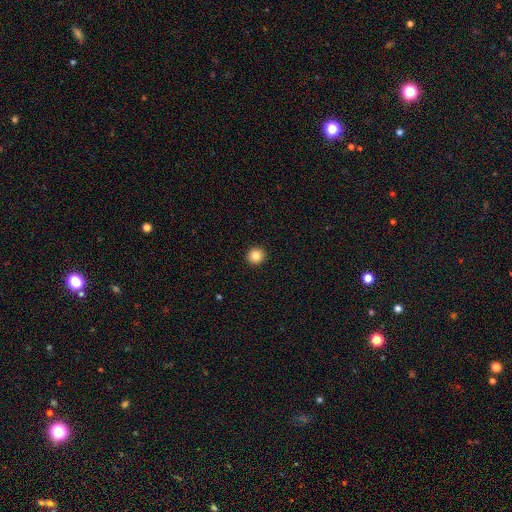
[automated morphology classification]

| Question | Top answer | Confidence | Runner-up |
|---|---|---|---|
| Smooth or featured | smooth | 84% | star or artifact (10%) |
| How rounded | round | 94% | in between (5%) |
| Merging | none | 94% | minor disturbance (4%) |